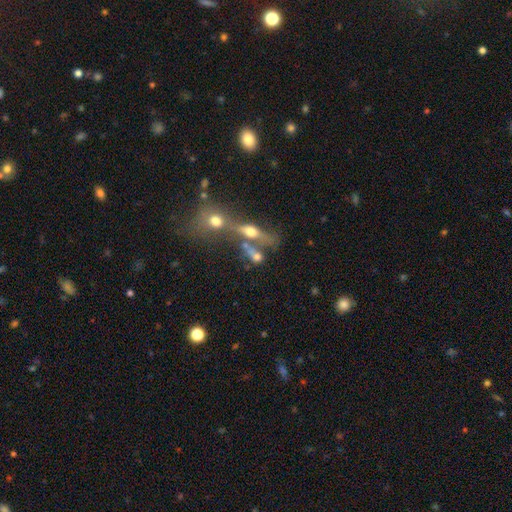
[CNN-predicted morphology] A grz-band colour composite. It shows a smooth galaxy with no disk features (48%). Merging: merger (46%).